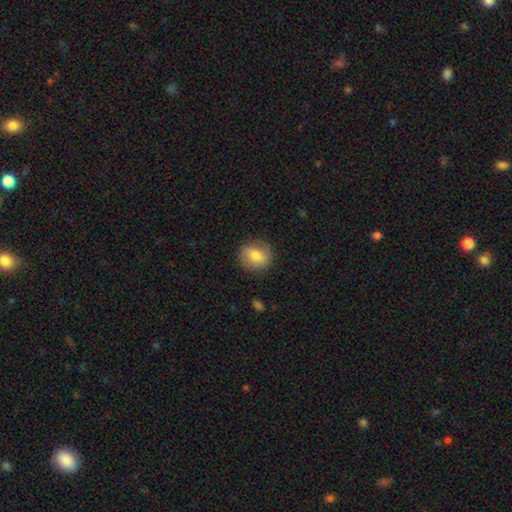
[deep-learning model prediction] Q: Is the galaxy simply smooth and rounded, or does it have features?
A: smooth — 77%.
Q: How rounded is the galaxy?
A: round — 80%.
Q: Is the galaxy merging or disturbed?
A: none — 84%.